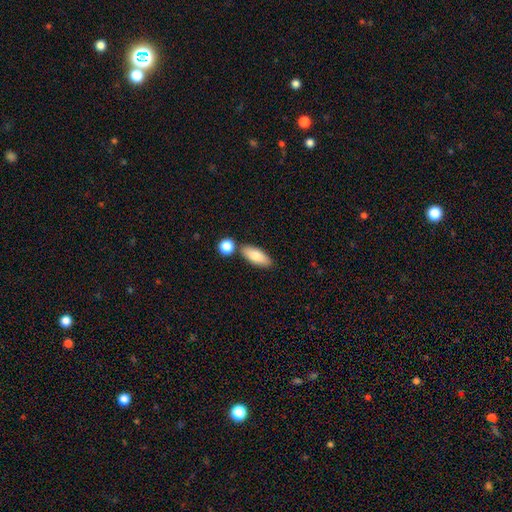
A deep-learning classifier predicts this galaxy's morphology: Smooth or featured? smooth (81%)
How rounded? in between (78%)
Merging? none (72%)